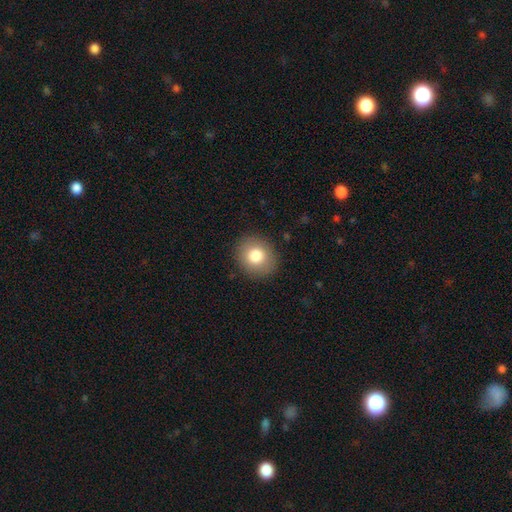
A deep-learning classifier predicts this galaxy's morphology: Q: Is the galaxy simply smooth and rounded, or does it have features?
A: smooth — 80%.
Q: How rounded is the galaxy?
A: round — 77%.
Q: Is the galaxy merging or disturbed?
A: none — 89%.